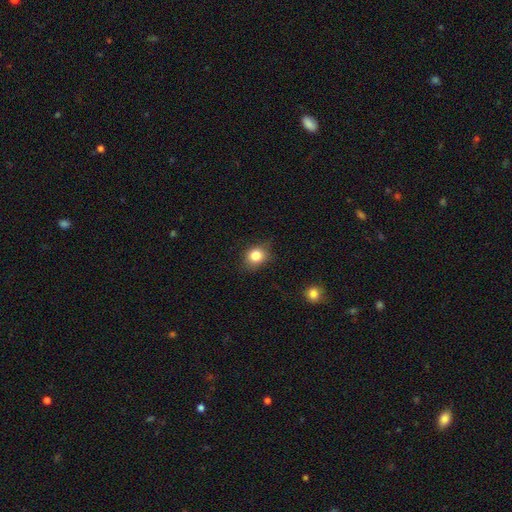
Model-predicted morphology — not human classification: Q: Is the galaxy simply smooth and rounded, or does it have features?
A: smooth — 82%.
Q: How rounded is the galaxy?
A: round — 60%.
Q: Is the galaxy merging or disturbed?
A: none — 78%.